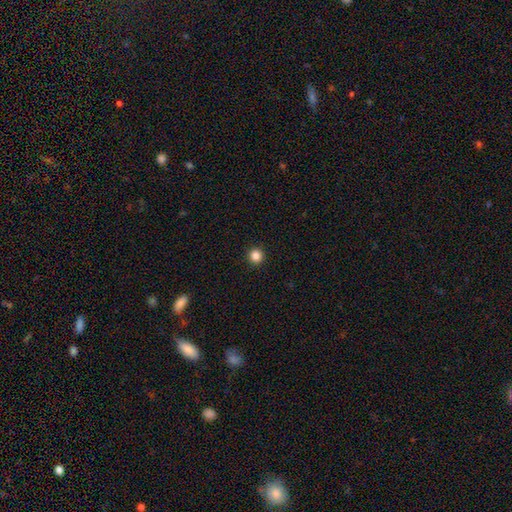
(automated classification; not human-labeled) Smooth or featured? smooth (85%)
How rounded? round (95%)
Merging? none (93%)